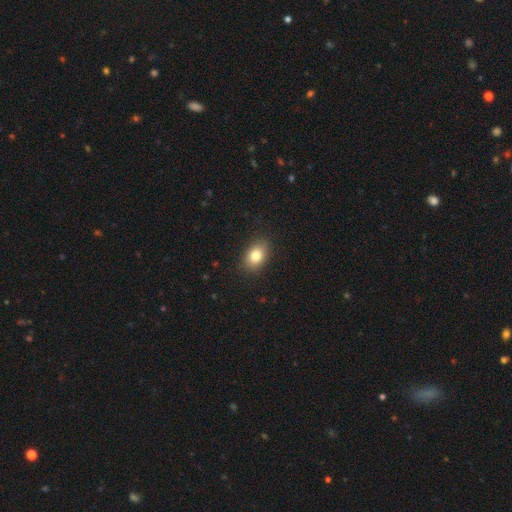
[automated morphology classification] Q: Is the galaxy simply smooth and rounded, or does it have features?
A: smooth — 82%.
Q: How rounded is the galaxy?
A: in between — 77%.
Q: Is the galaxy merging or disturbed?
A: none — 87%.